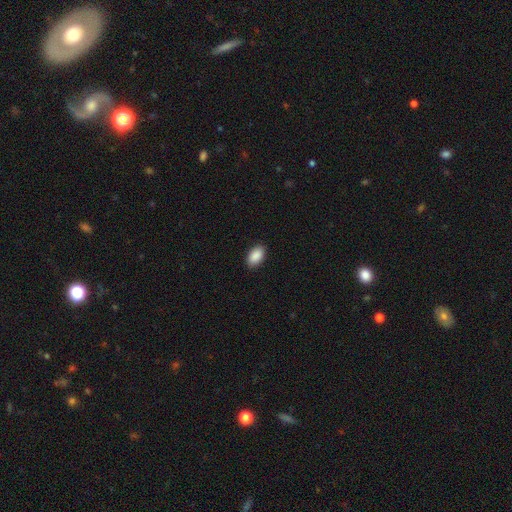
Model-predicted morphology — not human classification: Overall: smooth (90%). How rounded: in between (93%). Merging: none (89%).